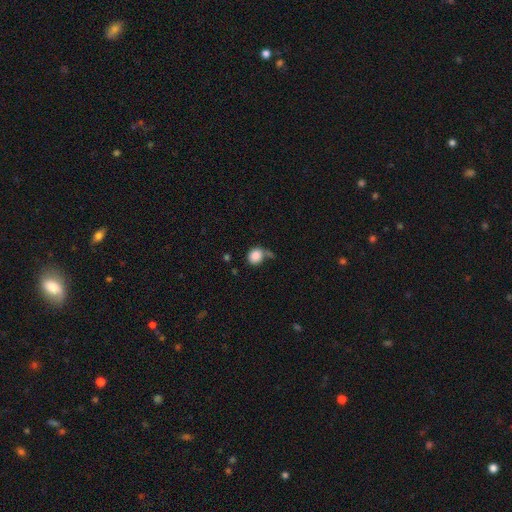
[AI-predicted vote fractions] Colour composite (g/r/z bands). It shows a smooth galaxy with no disk features (86%) that is round (75%). Merging: none (54%).